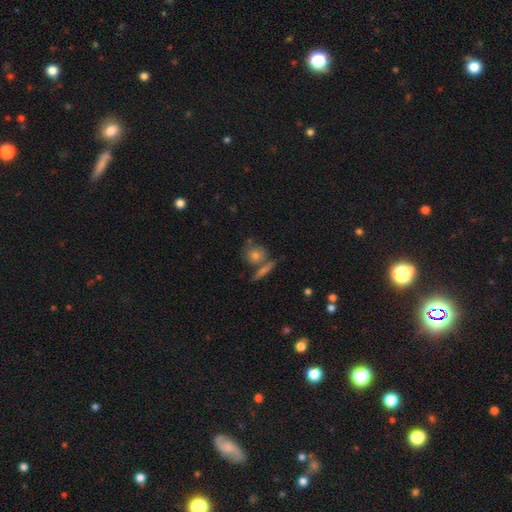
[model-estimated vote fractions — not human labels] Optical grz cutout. It shows a smooth galaxy with no disk features (53%) that is round (76%). Merging: none (62%).